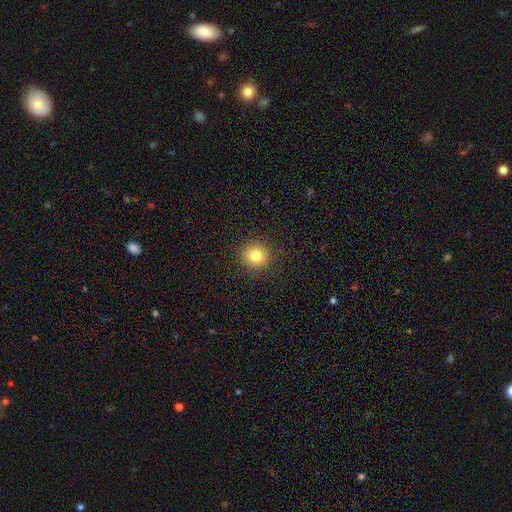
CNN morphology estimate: The model was most divided on "smooth or featured": smooth: 80%, star or artifact: 12%, featured or disk: 8%. More confident: merging — none (90%); how rounded — round (89%).